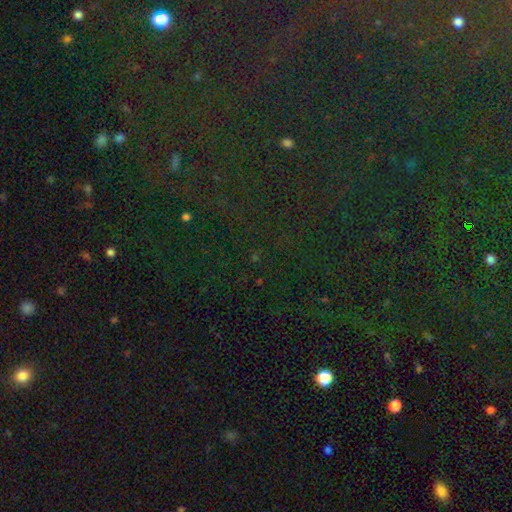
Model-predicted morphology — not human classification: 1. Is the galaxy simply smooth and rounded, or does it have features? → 82% star or artifact, 11% smooth, 7% featured or disk.